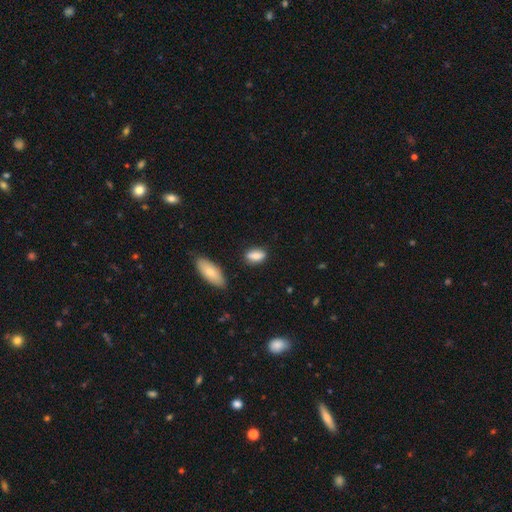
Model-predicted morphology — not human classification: smooth-or-featured: smooth: 82% | featured or disk: 10% | star or artifact: 8%
  how-rounded: in between: 79% | cigar-shaped: 14% | round: 6%
  merging: none: 79% | minor disturbance: 14% | merger: 4% | major disturbance: 3%